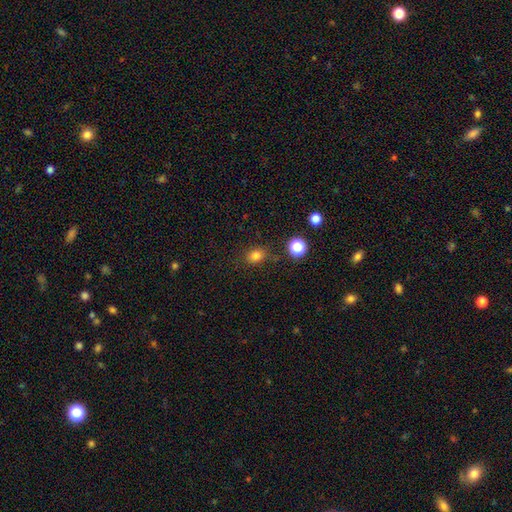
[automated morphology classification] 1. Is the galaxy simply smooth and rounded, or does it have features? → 80% smooth, 14% star or artifact, 6% featured or disk.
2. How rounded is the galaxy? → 52% in between, 47% round, 1% cigar-shaped.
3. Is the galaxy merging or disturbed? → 80% none, 13% minor disturbance, 4% major disturbance, 3% merger.